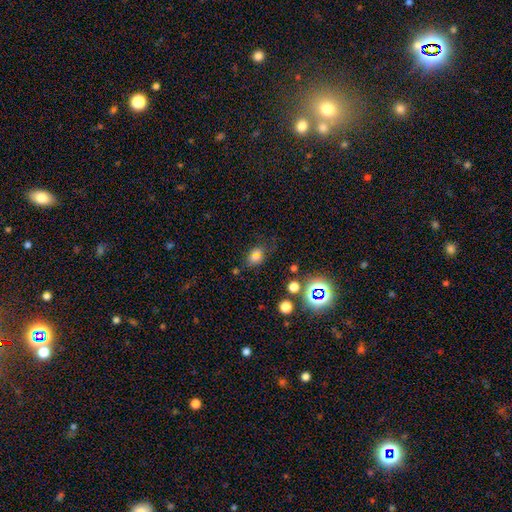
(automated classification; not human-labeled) Morphology: type=smooth (71%); roundness=in between (61%); merging=none (60%).